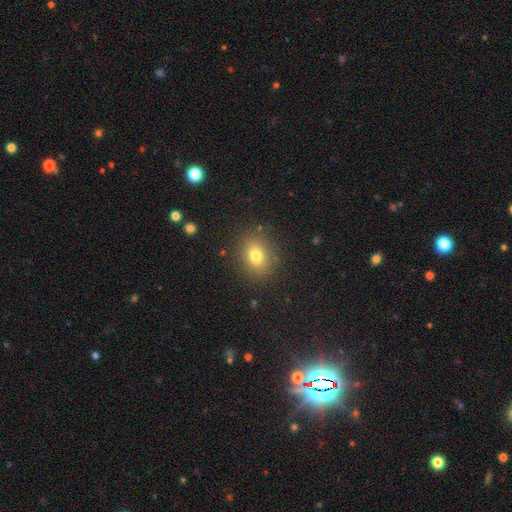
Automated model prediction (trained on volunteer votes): Smooth or featured? smooth (77%)
How rounded? round (51%)
Merging? none (86%)